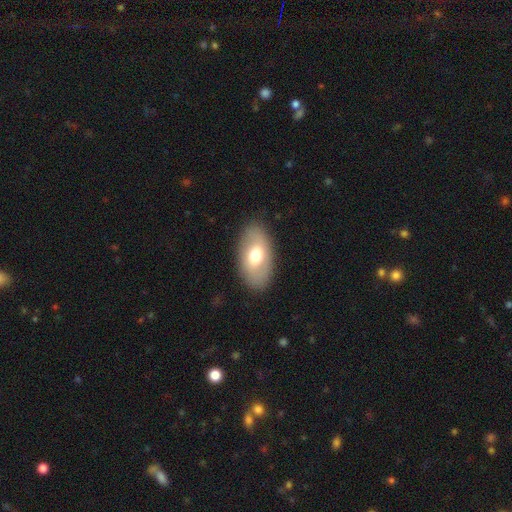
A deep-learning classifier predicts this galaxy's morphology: This appears to be a smooth galaxy with no disk features (62%) that is in between round and cigar-shaped (92%). Merging: none (86%).